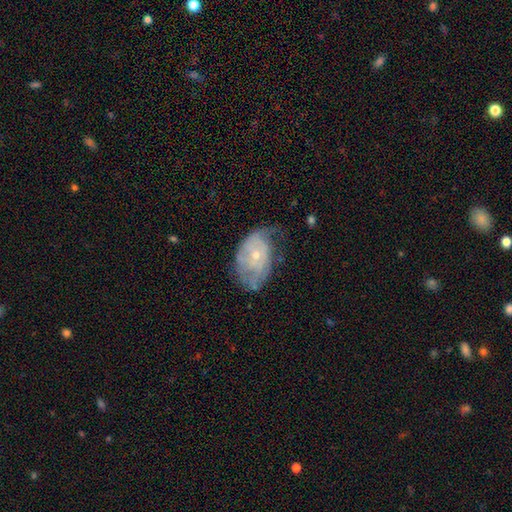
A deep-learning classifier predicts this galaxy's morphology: A featured or disk galaxy (66%) with no bar (79%), spiral arms (71%) and a small central bulge (66%).

Vote fractions:
- Smooth or featured? featured or disk: 66% / smooth: 26% / star or artifact: 7%
- Edge-on disk? no: 96% / yes: 4%
- Bar? no: 79% / weak: 18% / strong: 3%
- Spiral arms? yes: 71% / no: 29%
- Bulge size? small: 66% / moderate: 30% / none: 2% / large: 1% / dominant: 1%
- Merging? none: 41% / minor disturbance: 34% / major disturbance: 23% / merger: 2%